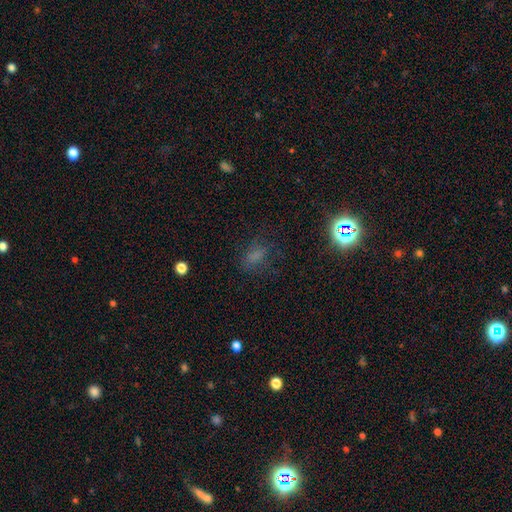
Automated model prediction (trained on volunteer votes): Smooth or featured? Predicted: smooth (p=0.58). How rounded? Predicted: in between (p=0.72). Merging? Predicted: none (p=0.67).